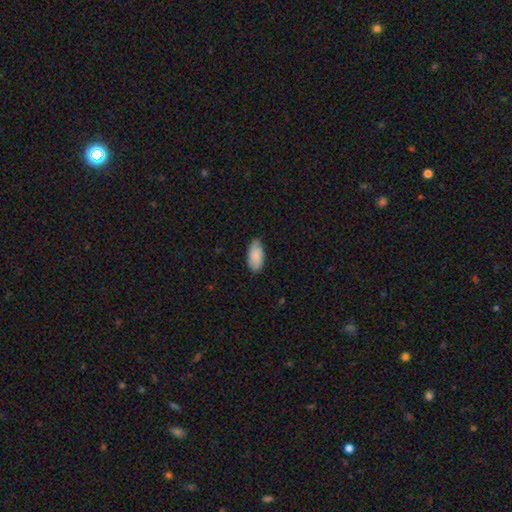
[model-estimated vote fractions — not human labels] Overall: smooth (80%). How rounded: in between (94%). Merging: none (70%).